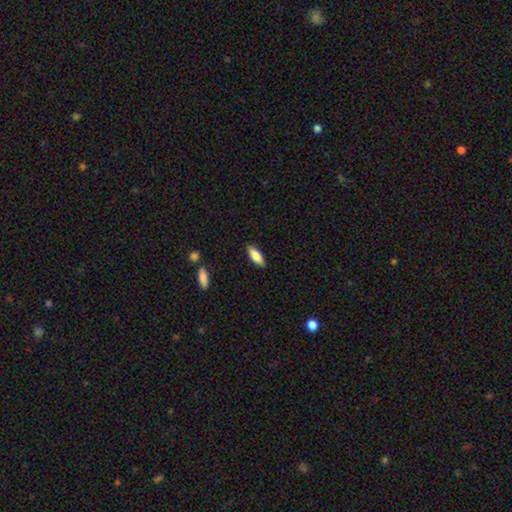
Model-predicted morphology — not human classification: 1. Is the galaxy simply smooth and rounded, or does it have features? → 82% smooth, 12% featured or disk, 6% star or artifact.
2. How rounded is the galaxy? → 68% in between, 30% cigar-shaped, 2% round.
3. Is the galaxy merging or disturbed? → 87% none, 9% minor disturbance, 2% major disturbance, 1% merger.